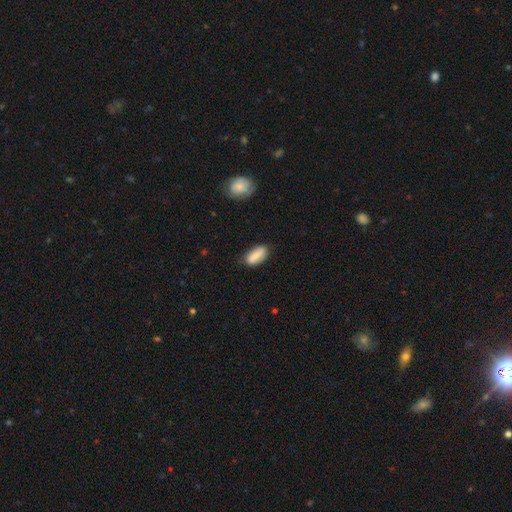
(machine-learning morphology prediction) smooth 85%, featured or disk 8%, star or artifact 7%. Down the decision tree: how rounded — in between (84%); merging — none (77%).